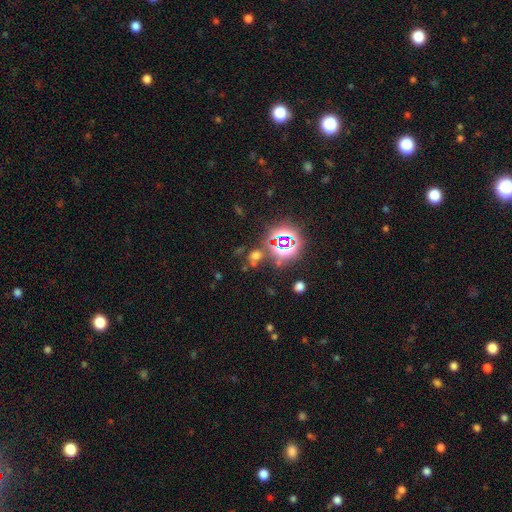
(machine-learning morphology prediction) Smooth or featured: star or artifact — 53% (smooth — 37%)